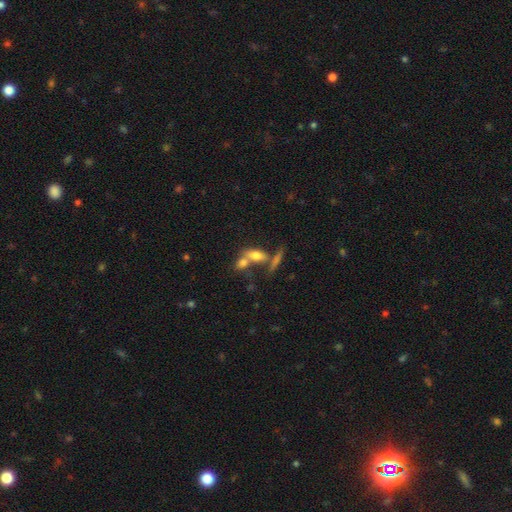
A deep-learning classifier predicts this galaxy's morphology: smooth_or_featured: smooth (p=0.63) [alt: featured or disk p=0.26]
how_rounded: in between (p=0.72) [alt: cigar-shaped p=0.17]
merging: merger (p=0.48) [alt: none p=0.35]